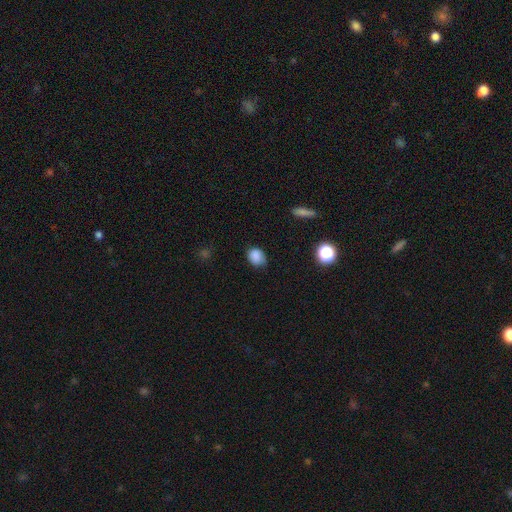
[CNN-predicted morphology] Overall: smooth (85%). How rounded: in between (50%; round 49%). Merging: none (68%).